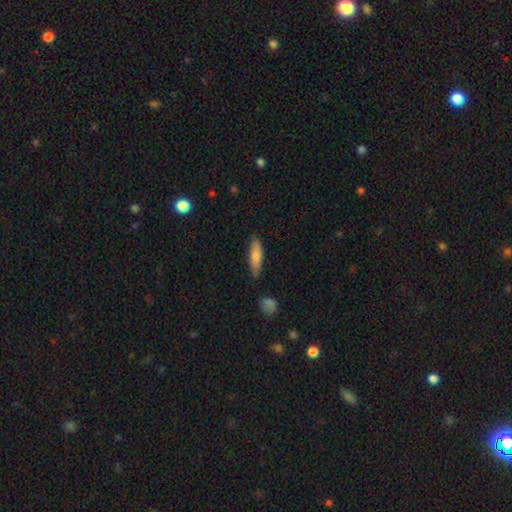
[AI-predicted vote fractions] Smooth or featured: smooth — 77% (featured or disk — 17%)
How rounded: cigar-shaped — 56% (in between — 42%)
Merging: none — 77% (minor disturbance — 17%)